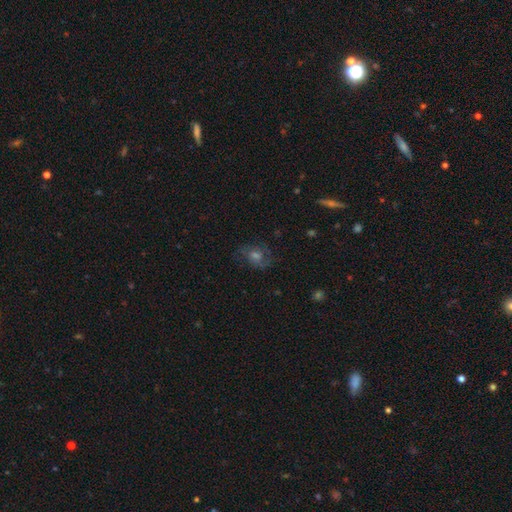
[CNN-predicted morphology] The model was most divided on "spiral winding": medium: 51%, tight: 28%, loose: 21%. More confident: edge-on disk — no (96%); spiral arms — yes (89%); merging — none (75%); spiral arm count — 2 (72%); smooth or featured — featured or disk (61%); bar — no (61%); bulge size — moderate (54%).